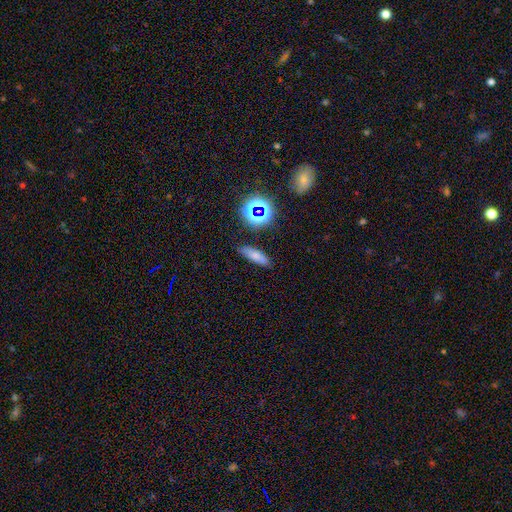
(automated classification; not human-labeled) smooth 70%, star or artifact 17%, featured or disk 13%. Down the decision tree: how rounded — in between (49%); merging — none (83%).